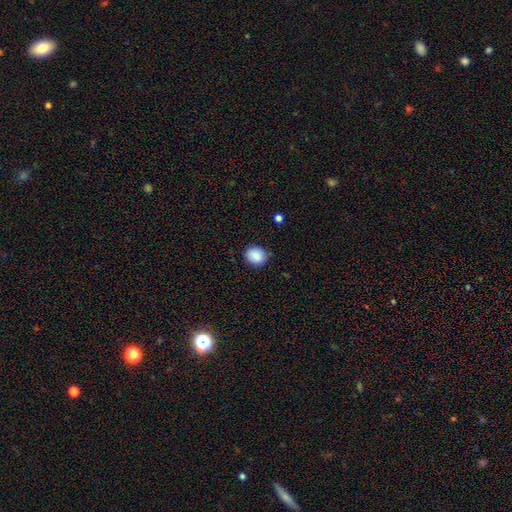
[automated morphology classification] This appears to be a smooth galaxy with no disk features (87%) that is round (67%). Merging: none (79%).